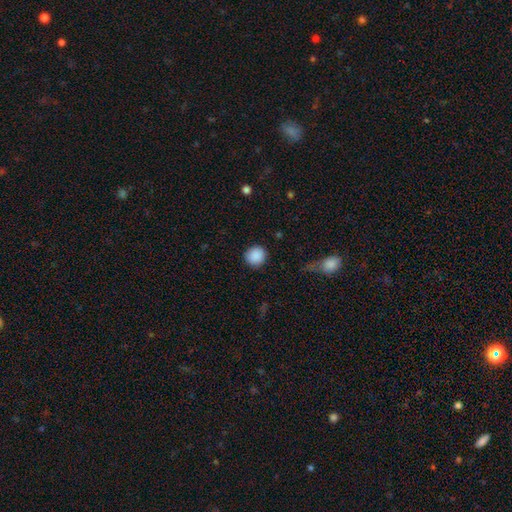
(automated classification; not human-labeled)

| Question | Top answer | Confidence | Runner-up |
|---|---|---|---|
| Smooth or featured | smooth | 89% | star or artifact (8%) |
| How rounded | round | 91% | in between (8%) |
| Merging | none | 87% | minor disturbance (9%) |